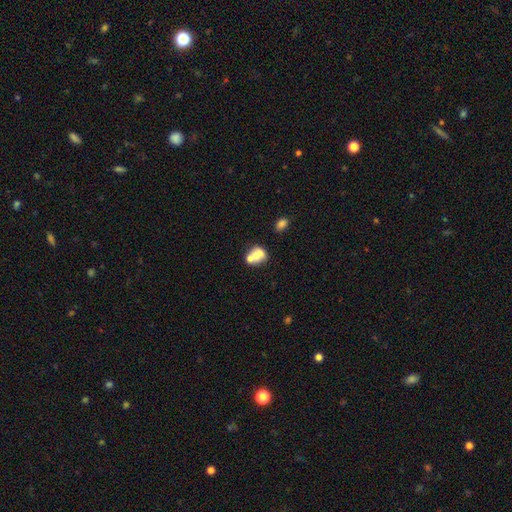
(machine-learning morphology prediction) smooth-or-featured: smooth: 59% | featured or disk: 31% | star or artifact: 10%
  how-rounded: round: 53% | in between: 45% | cigar-shaped: 1%
  merging: merger: 48% | none: 35% | minor disturbance: 12% | major disturbance: 6%